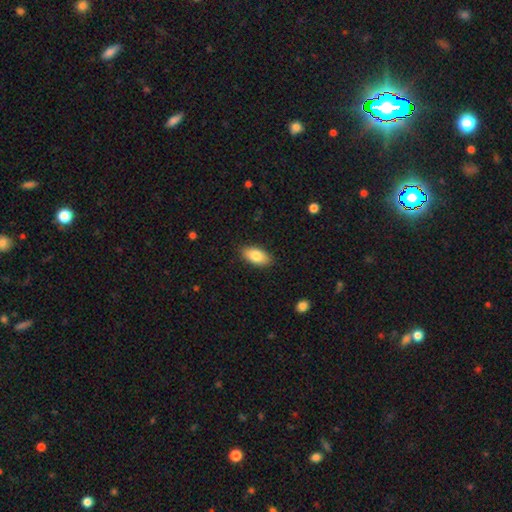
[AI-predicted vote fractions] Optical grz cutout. It shows a smooth galaxy with no disk features (83%) that is in between round and cigar-shaped (91%). Merging: none (88%).